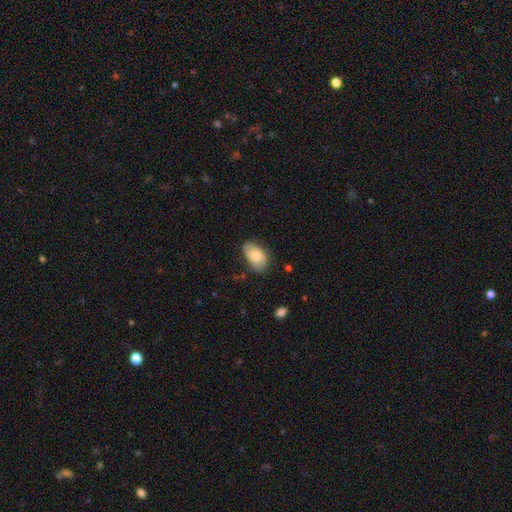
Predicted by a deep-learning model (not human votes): Morphology: type=smooth (72%); roundness=in between (92%); merging=none (68%).